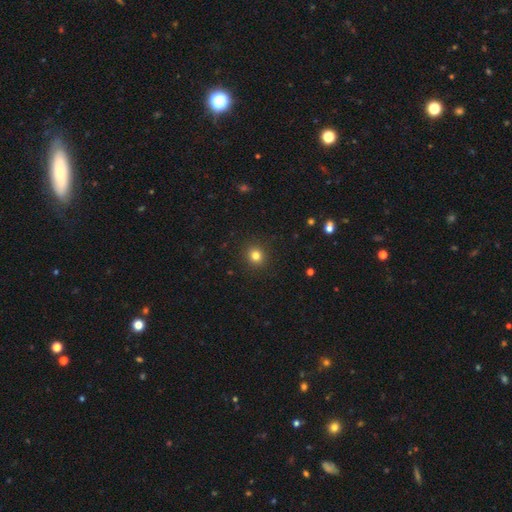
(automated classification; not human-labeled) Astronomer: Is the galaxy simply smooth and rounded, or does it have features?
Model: smooth — 81%.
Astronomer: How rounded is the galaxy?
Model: round — 90%.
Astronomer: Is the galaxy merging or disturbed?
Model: none — 92%.